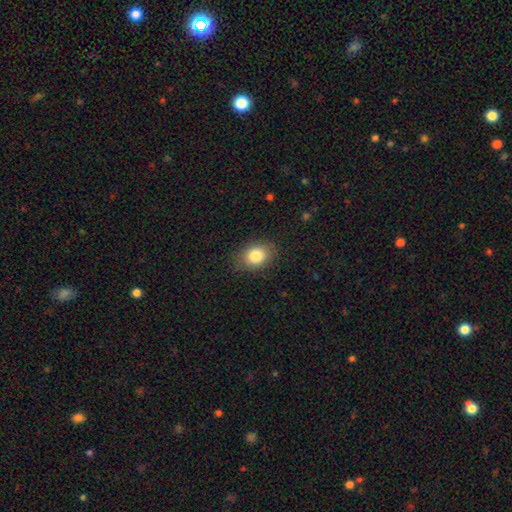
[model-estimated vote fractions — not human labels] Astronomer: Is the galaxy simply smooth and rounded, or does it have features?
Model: smooth — 82%.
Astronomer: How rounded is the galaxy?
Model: in between — 63%.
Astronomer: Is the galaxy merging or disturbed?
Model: none — 83%.